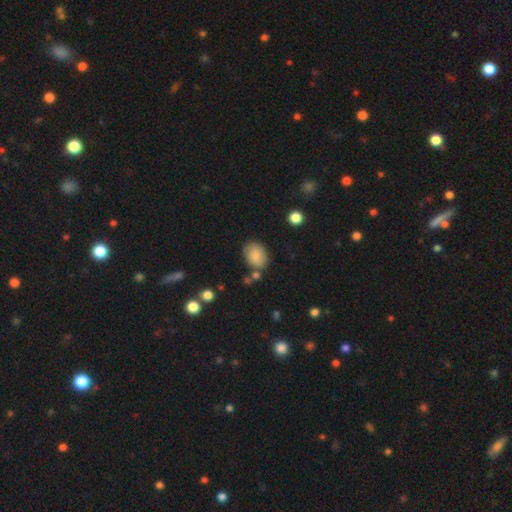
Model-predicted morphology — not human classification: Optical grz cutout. It shows a smooth galaxy with no disk features (83%) that is in between round and cigar-shaped (71%). Merging: none (75%).